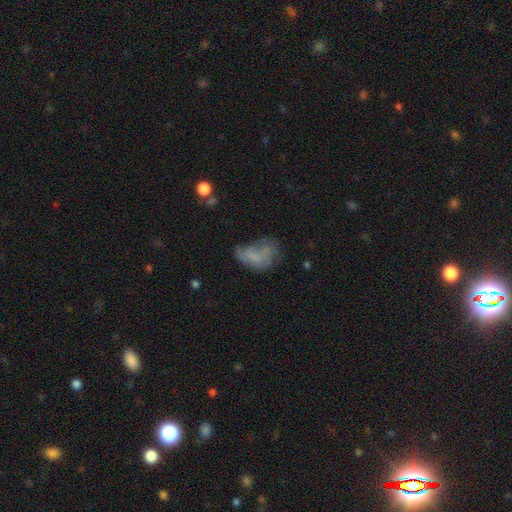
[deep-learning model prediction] Smooth or featured? smooth (56%)
How rounded? in between (87%)
Merging? major disturbance (32%)